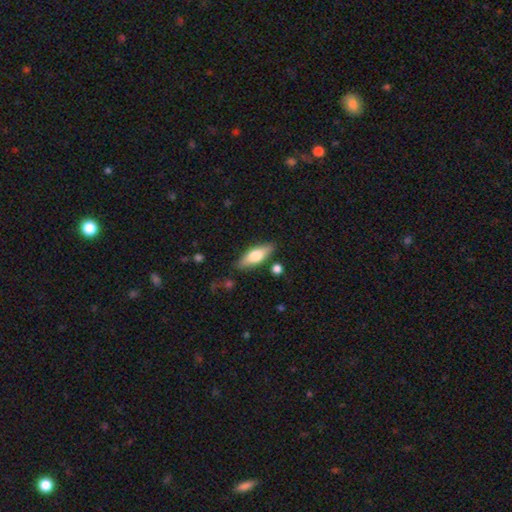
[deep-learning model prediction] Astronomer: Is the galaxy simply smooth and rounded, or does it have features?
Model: smooth — 61%.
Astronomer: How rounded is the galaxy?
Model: in between — 62%.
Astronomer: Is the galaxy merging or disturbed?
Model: none — 84%.